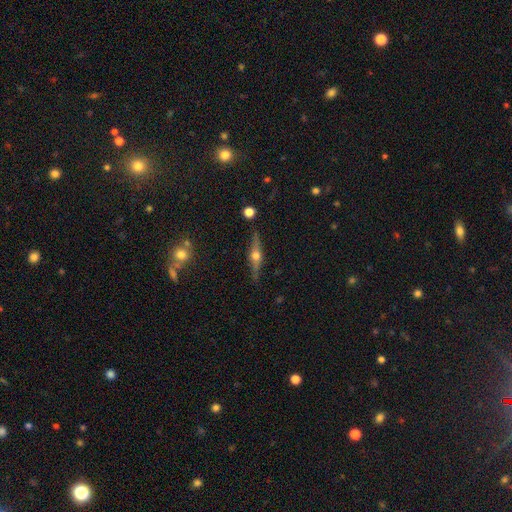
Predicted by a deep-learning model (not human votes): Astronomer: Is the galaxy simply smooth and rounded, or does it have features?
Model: featured or disk — 76%.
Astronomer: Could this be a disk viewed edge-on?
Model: yes — 96%.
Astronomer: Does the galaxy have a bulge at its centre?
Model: rounded — 95%.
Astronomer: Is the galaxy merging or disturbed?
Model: none — 86%.